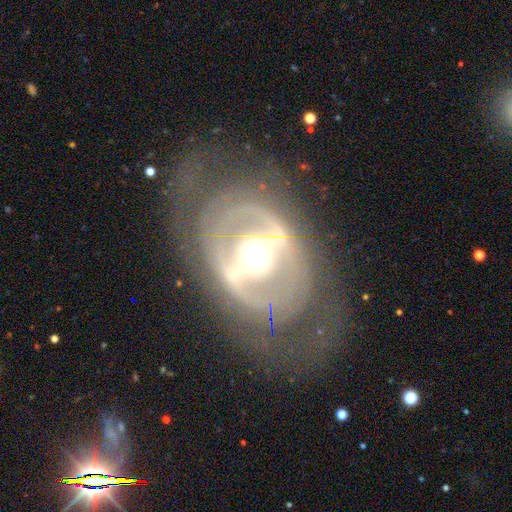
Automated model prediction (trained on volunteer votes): The model was most divided on "bar": strong: 52%, weak: 26%, no: 22%. More confident: edge-on disk — no (93%); smooth or featured — featured or disk (82%); bulge size — moderate (64%); spiral arms — yes (64%); merging — none (59%).